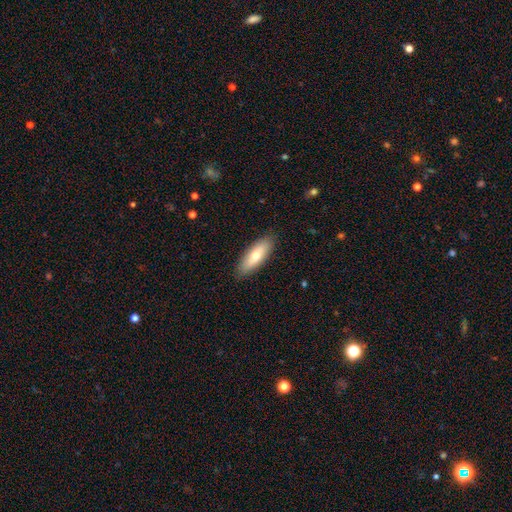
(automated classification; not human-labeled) This appears to be a smooth galaxy with no disk features (68%) that is in between round and cigar-shaped (65%). Merging: none (88%).